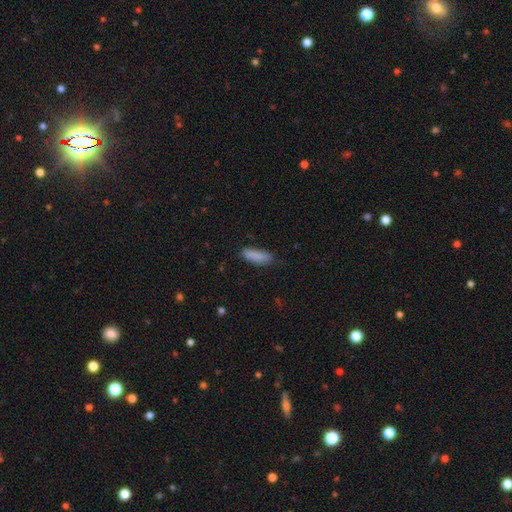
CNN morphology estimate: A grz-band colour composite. It shows a smooth galaxy with no disk features (87%) that is in between round and cigar-shaped (52%). Merging: none (73%).